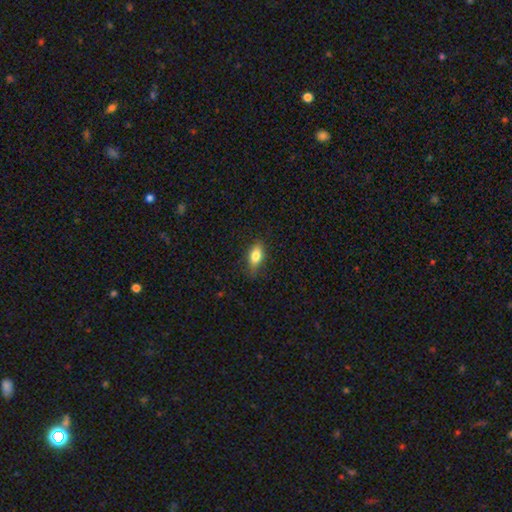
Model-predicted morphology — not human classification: The model was most divided on "merging": none: 78%, minor disturbance: 18%, major disturbance: 4%, merger: 1%. More confident: how rounded — in between (83%); smooth or featured — smooth (79%).